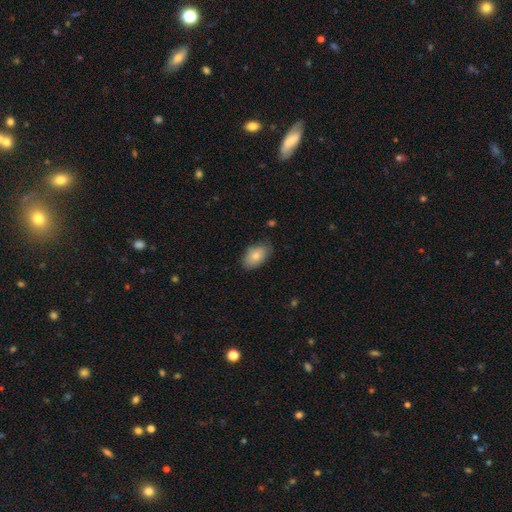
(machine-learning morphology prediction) Q: Smooth or featured?
A: smooth (80%); runner-up: featured or disk (13%)
Q: How rounded?
A: in between (91%); runner-up: round (7%)
Q: Merging?
A: none (78%); runner-up: minor disturbance (17%)